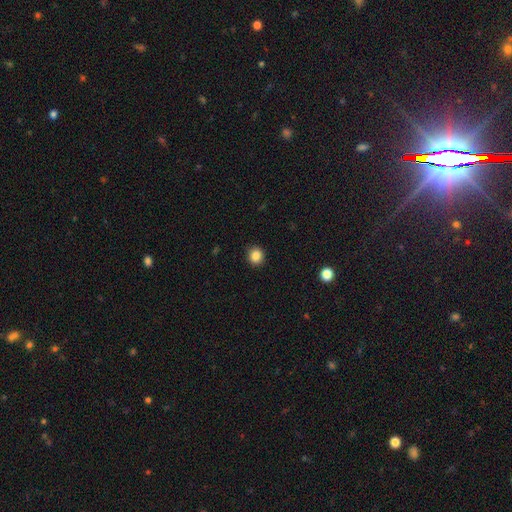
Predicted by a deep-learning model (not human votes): Morphology: type=smooth (86%); roundness=round (87%); merging=none (91%).